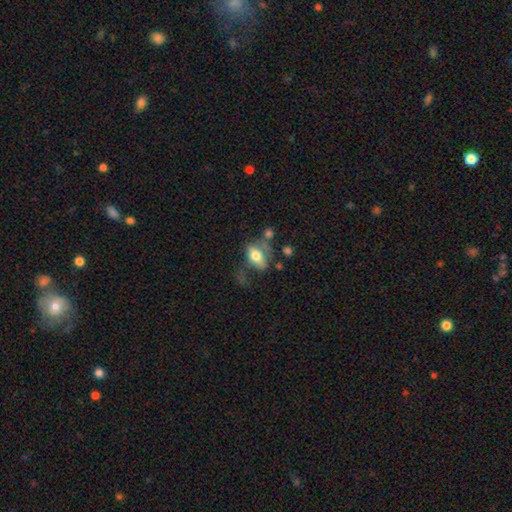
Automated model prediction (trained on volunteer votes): This is likely a smooth galaxy (64%). How rounded: clearly in between (84%). Merging: marginally none (35%).